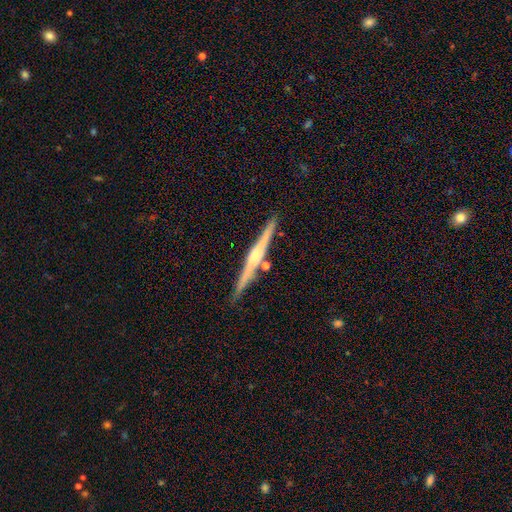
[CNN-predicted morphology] A featured or disk galaxy (70%) viewed edge-on (98%) with a rounded central bulge (71%). Merging: none (84%).